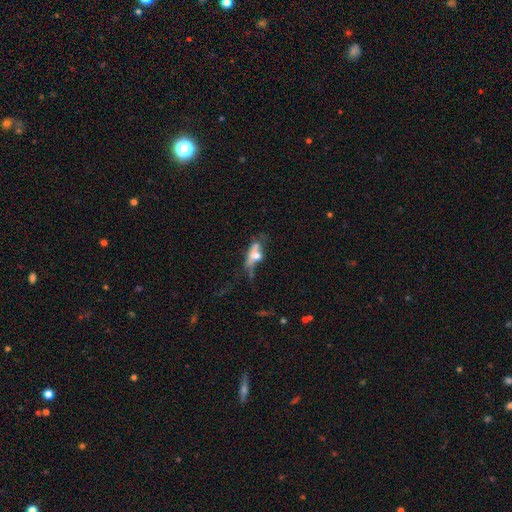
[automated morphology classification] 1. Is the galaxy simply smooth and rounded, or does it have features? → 50% featured or disk, 39% smooth, 12% star or artifact.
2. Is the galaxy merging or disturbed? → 30% major disturbance, 27% merger, 26% none, 17% minor disturbance.